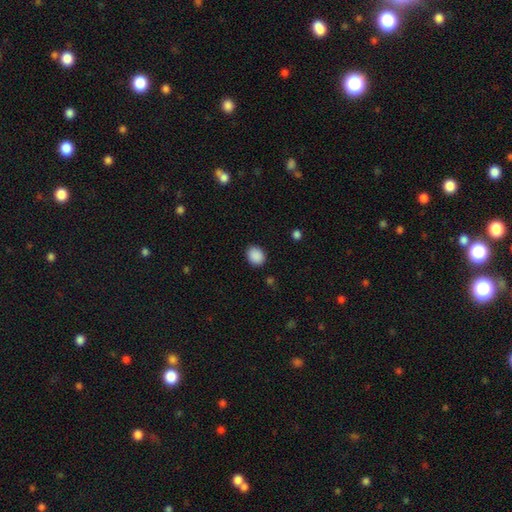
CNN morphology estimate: This appears to be a smooth galaxy with no disk features (89%) that is round (52%). Merging: none (87%).